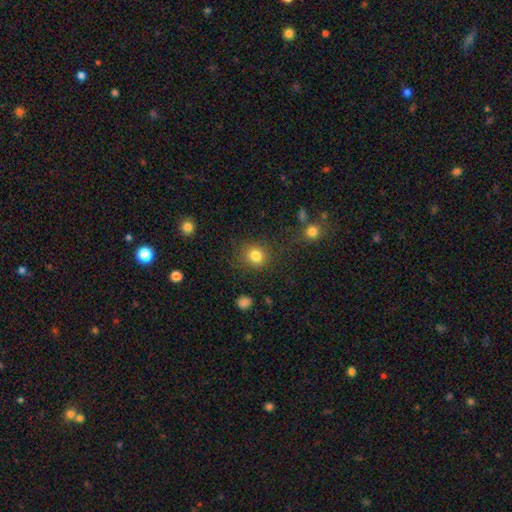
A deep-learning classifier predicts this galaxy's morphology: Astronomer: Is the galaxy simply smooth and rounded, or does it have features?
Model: smooth — 83%.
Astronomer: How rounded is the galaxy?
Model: round — 82%.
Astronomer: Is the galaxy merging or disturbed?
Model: none — 84%.